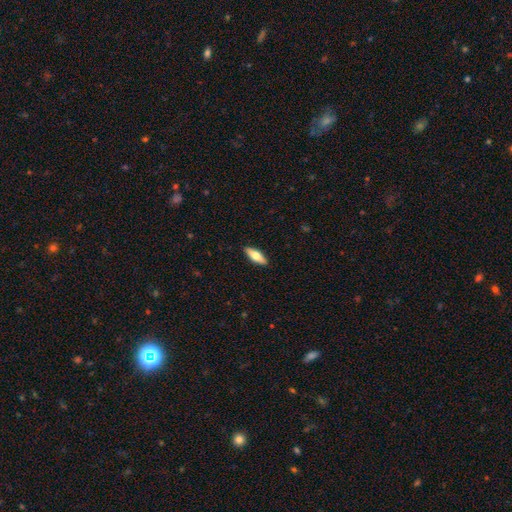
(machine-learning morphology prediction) Q: Smooth or featured?
A: smooth (61%); runner-up: featured or disk (33%)
Q: How rounded?
A: in between (64%); runner-up: cigar-shaped (34%)
Q: Merging?
A: none (90%); runner-up: minor disturbance (7%)